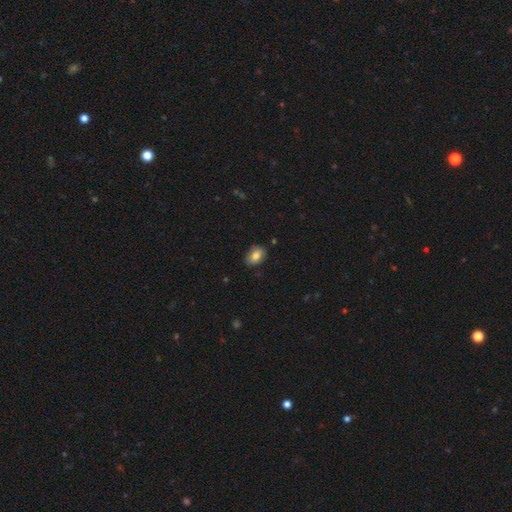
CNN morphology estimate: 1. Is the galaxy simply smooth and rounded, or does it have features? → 80% smooth, 12% featured or disk, 8% star or artifact.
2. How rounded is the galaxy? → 75% in between, 24% round, 1% cigar-shaped.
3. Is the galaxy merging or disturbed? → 84% none, 13% minor disturbance, 2% major disturbance, 1% merger.